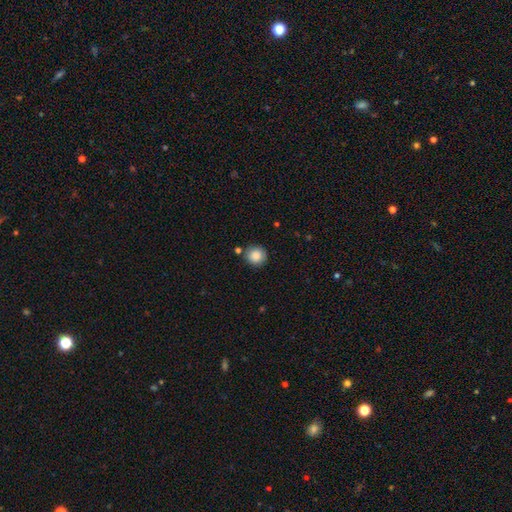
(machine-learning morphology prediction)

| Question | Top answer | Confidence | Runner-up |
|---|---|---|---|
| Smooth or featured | smooth | 87% | star or artifact (9%) |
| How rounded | round | 92% | in between (7%) |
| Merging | none | 82% | minor disturbance (10%) |